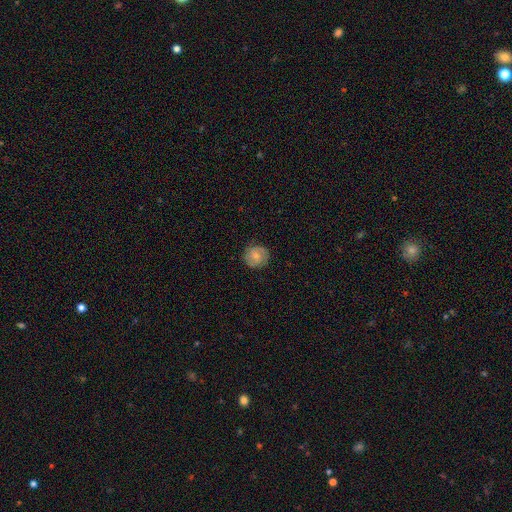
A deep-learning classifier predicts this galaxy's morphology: Smooth or featured? Predicted: smooth (p=0.59). How rounded? Predicted: round (p=0.90). Merging? Predicted: none (p=0.84).